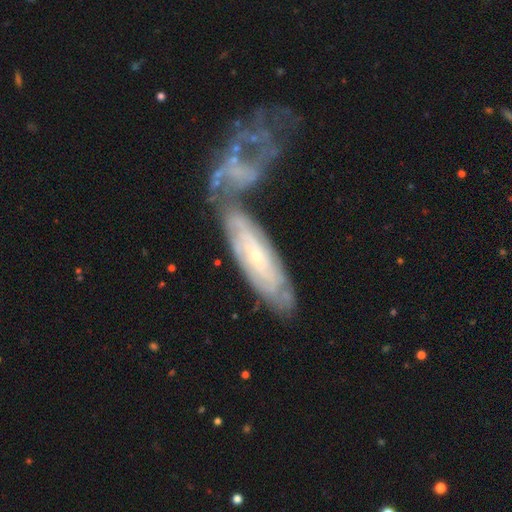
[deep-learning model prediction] This appears to be a featured or disk galaxy (75%) with no bar (70%), tight (74%) spiral arms (85%) and a small central bulge (79%). Merging: none (45%).